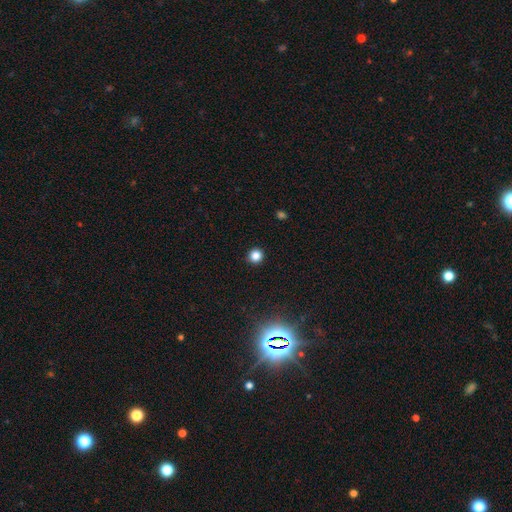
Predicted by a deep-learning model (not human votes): Morphology: type=smooth (83%); roundness=round (93%); merging=none (93%).